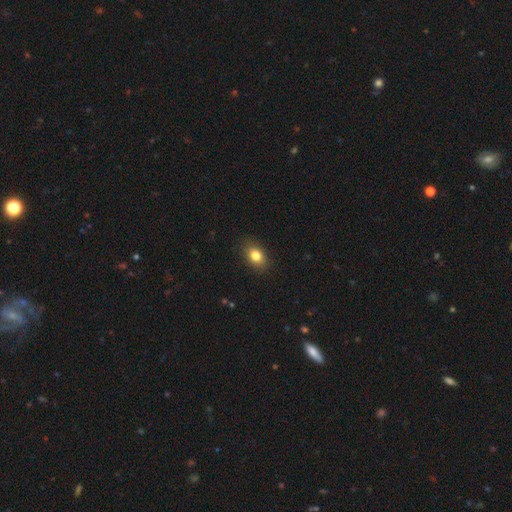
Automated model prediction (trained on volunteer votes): A smooth galaxy with no disk features (82%) that is in between round and cigar-shaped (77%). Merging: none (87%).